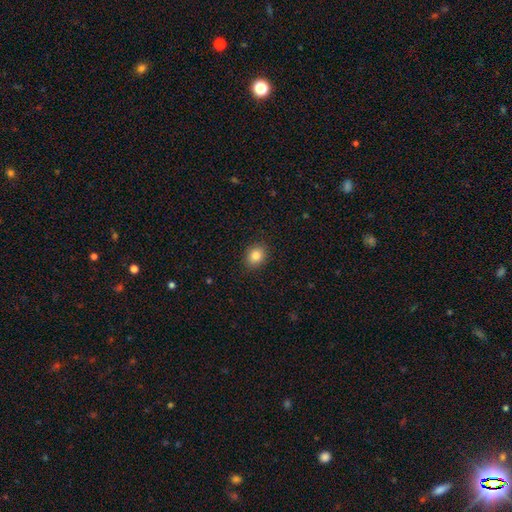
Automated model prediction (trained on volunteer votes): A smooth galaxy with no disk features (84%) that is round (50%).

Vote fractions:
- Smooth or featured? smooth: 84% / star or artifact: 10% / featured or disk: 6%
- How rounded? round: 50% / in between: 49% / cigar-shaped: 1%
- Merging? none: 88% / minor disturbance: 8% / major disturbance: 2% / merger: 1%